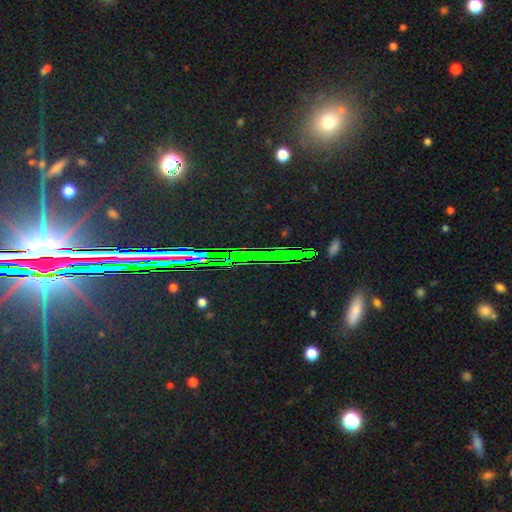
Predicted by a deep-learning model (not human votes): Smooth or featured?
  - star or artifact: 66% *
  - featured or disk: 21%
  - smooth: 13%